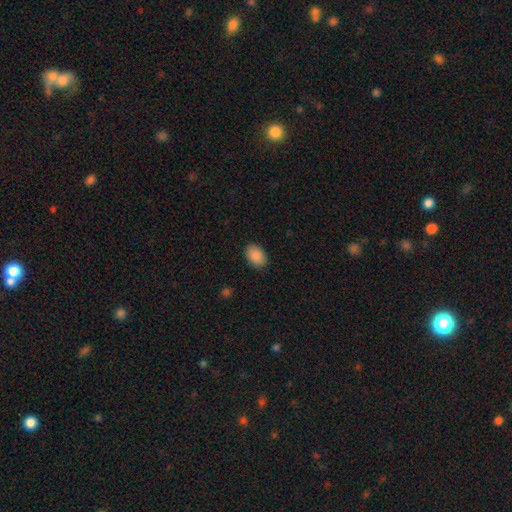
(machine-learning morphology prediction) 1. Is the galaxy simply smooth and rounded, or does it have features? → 90% smooth, 7% star or artifact, 3% featured or disk.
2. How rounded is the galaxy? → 83% in between, 16% round, 1% cigar-shaped.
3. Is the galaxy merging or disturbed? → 87% none, 10% minor disturbance, 2% major disturbance, 1% merger.